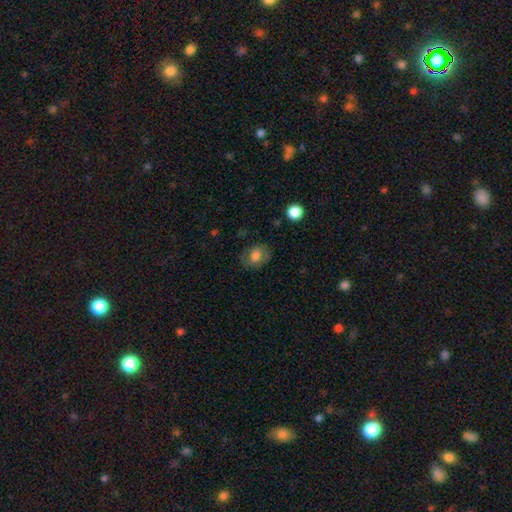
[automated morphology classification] smooth-or-featured: smooth: 72% | featured or disk: 19% | star or artifact: 9%
  how-rounded: in between: 59% | round: 40% | cigar-shaped: 1%
  merging: none: 76% | minor disturbance: 16% | major disturbance: 7% | merger: 1%